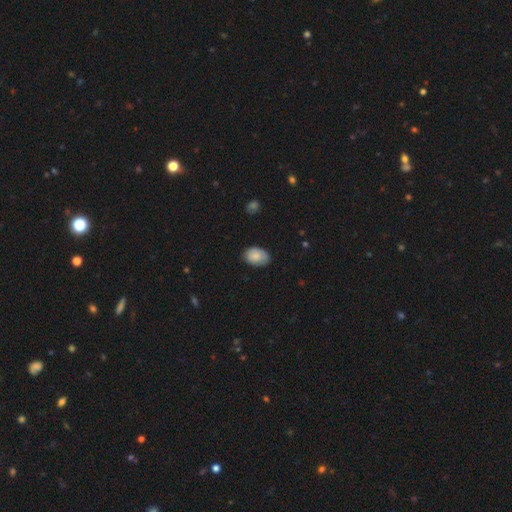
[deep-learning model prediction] A smooth galaxy with no disk features (83%) that is in between round and cigar-shaped (83%). Merging: none (75%).